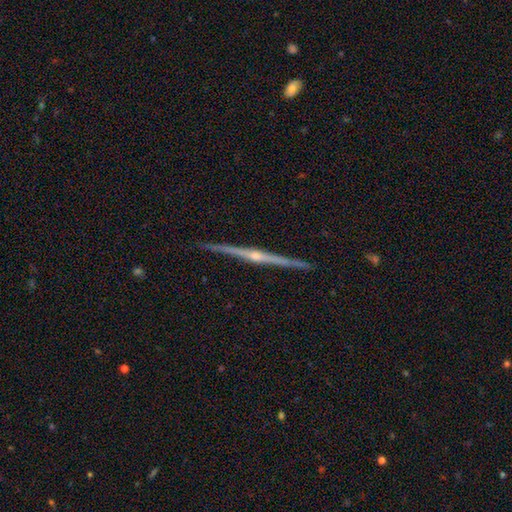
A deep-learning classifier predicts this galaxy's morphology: Smooth or featured?
  - featured or disk: 88% *
  - smooth: 7%
  - star or artifact: 5%
Edge-on disk?
  - yes: 99% *
  - no: 1%
Edge-on bulge?
  - rounded: 85% *
  - none: 9%
  - boxy: 6%
Merging?
  - none: 92% *
  - minor disturbance: 5%
  - major disturbance: 1%
  - merger: 1%